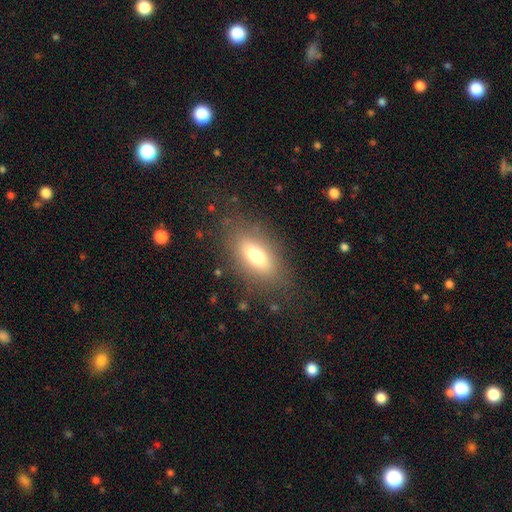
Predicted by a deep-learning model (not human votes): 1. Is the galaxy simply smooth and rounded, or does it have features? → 71% smooth, 20% featured or disk, 9% star or artifact.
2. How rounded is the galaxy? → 82% in between, 12% cigar-shaped, 6% round.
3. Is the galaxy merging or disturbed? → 80% none, 12% minor disturbance, 6% major disturbance, 1% merger.